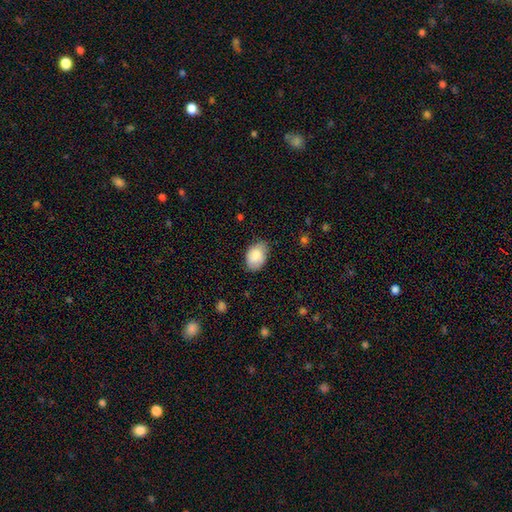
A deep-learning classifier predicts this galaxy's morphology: type=smooth (84%); roundness=in between (86%); merging=none (73%).